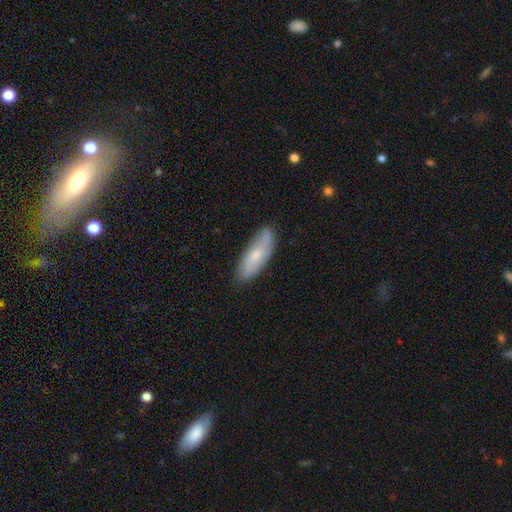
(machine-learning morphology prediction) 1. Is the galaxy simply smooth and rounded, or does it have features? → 58% smooth, 36% featured or disk, 7% star or artifact.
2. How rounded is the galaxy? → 63% in between, 35% cigar-shaped, 2% round.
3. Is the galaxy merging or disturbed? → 74% none, 20% minor disturbance, 4% major disturbance, 2% merger.